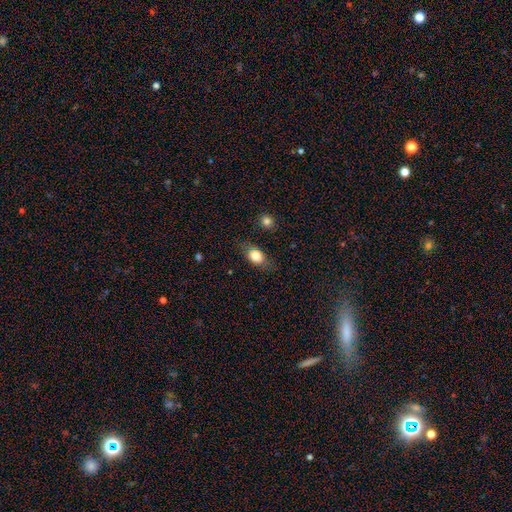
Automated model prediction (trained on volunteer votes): Smooth or featured: smooth — 76% (featured or disk — 16%)
How rounded: in between — 74% (round — 19%)
Merging: none — 76% (minor disturbance — 17%)